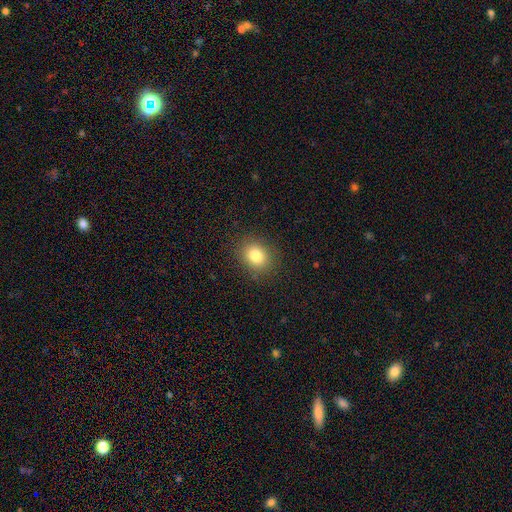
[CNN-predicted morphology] This is clearly a smooth galaxy (81%). How rounded: possibly round (58%). Merging: clearly none (87%).